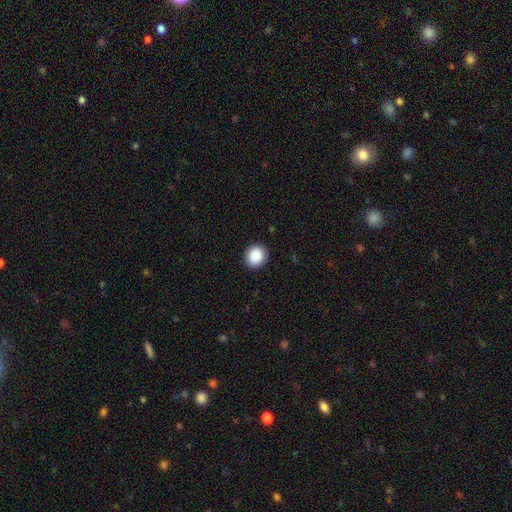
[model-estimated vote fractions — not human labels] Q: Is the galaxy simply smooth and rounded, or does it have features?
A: smooth — 89%.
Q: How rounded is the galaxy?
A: round — 80%.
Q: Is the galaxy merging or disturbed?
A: none — 91%.